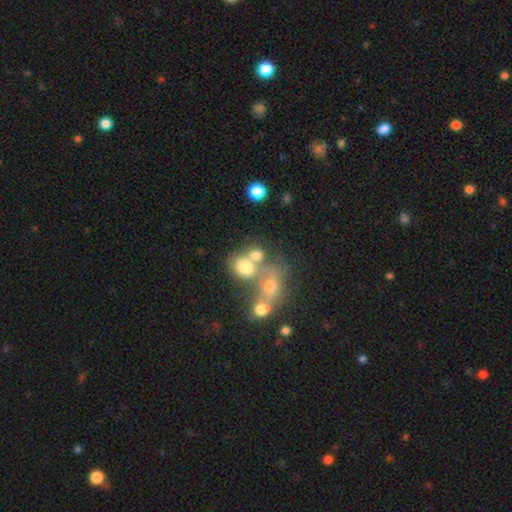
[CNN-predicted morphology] smooth 70%, featured or disk 16%, star or artifact 14%. Down the decision tree: how rounded — round (60%); merging — merger (50%).